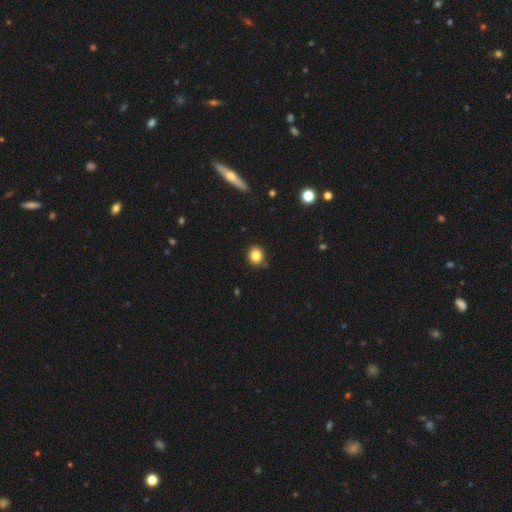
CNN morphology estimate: smooth_or_featured: smooth (p=0.83) [alt: star or artifact p=0.11]
how_rounded: round (p=0.79) [alt: in between p=0.20]
merging: none (p=0.85) [alt: minor disturbance p=0.10]